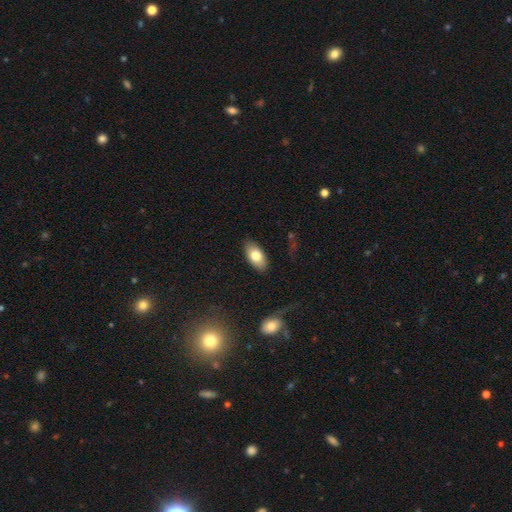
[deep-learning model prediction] This is likely a smooth galaxy (77%). How rounded: clearly in between (93%). Merging: clearly none (85%).